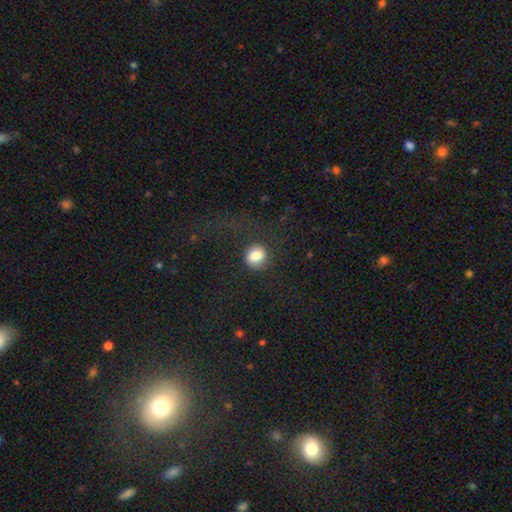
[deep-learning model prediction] Smooth or featured? Predicted: smooth (p=0.82). How rounded? Predicted: round (p=0.76). Merging? Predicted: none (p=0.70).